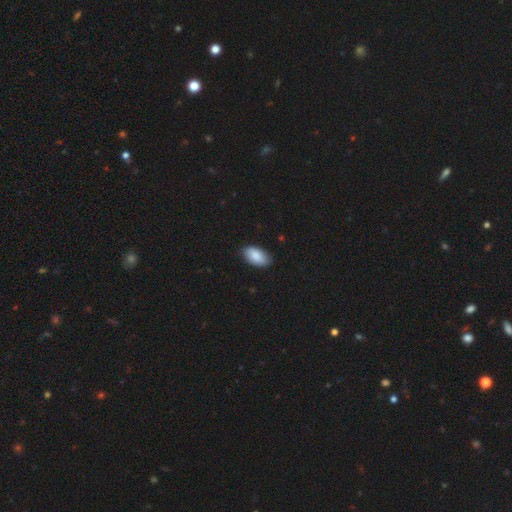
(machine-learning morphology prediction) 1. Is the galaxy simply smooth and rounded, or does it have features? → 86% smooth, 8% featured or disk, 6% star or artifact.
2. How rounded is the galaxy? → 95% in between, 3% round, 2% cigar-shaped.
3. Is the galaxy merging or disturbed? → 84% none, 13% minor disturbance, 2% major disturbance, 1% merger.